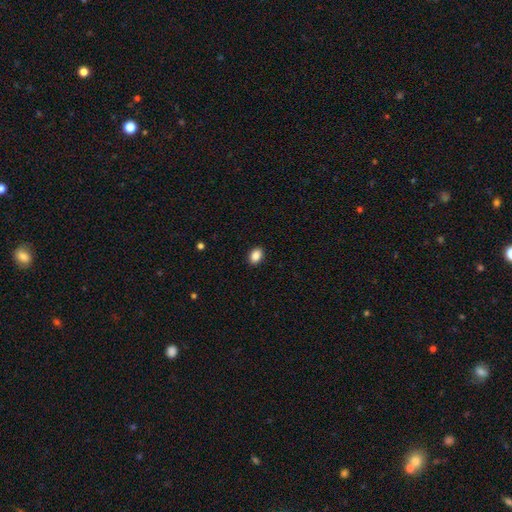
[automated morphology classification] Smooth or featured? smooth (88%)
How rounded? in between (82%)
Merging? none (90%)